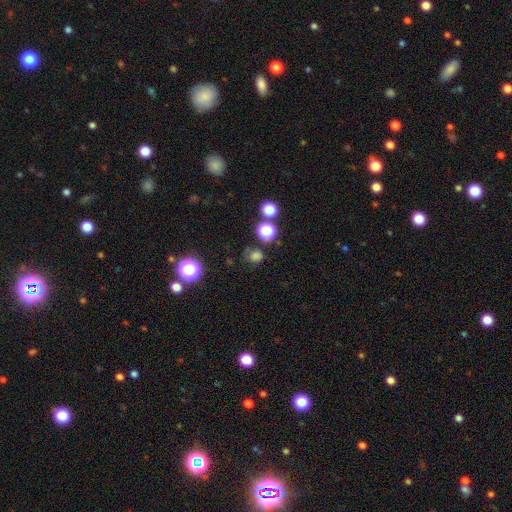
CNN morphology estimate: The model was most divided on "smooth or featured": smooth: 69%, star or artifact: 24%, featured or disk: 8%. More confident: how rounded — round (75%); merging — none (66%).